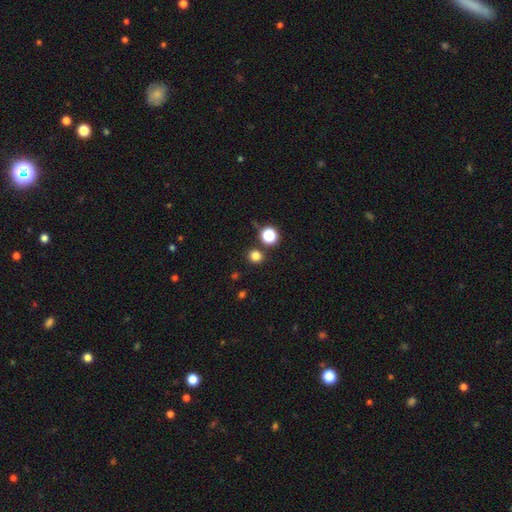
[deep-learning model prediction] Morphology: type=smooth (79%); roundness=round (89%); merging=none (85%).